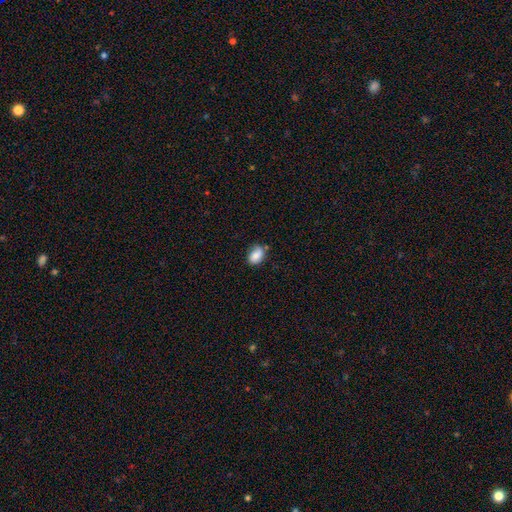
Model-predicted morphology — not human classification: This is likely a smooth galaxy (77%). How rounded: likely in between (73%). Merging: likely none (63%).